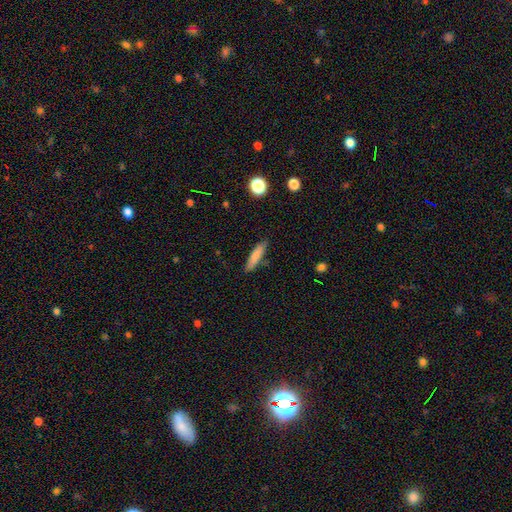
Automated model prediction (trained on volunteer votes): Overall: smooth (80%). How rounded: cigar-shaped (80%). Merging: none (84%).